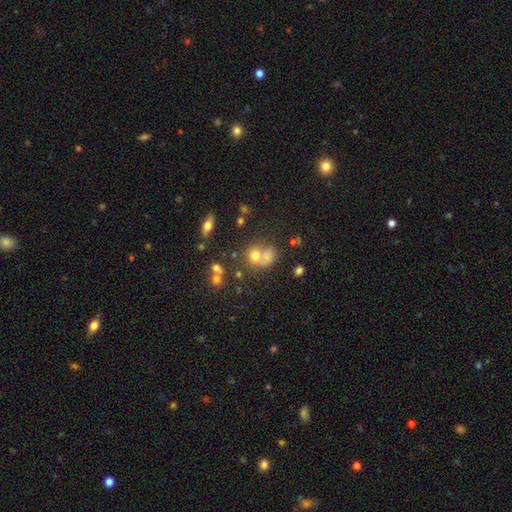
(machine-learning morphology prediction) Smooth or featured? Predicted: smooth (p=0.63). How rounded? Predicted: round (p=0.63). Merging? Predicted: merger (p=0.49).